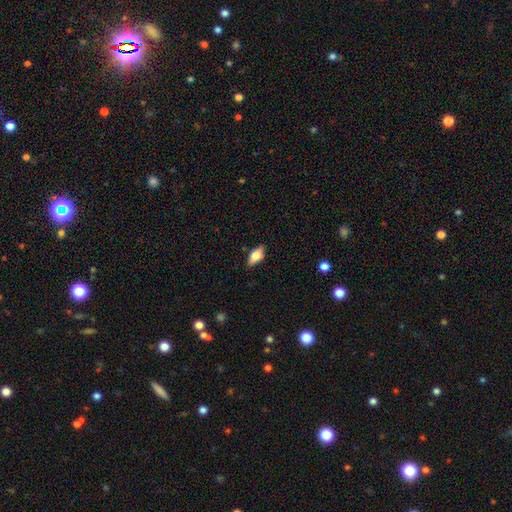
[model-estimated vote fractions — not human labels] smooth-or-featured: smooth: 60% | featured or disk: 33% | star or artifact: 8%
  how-rounded: in between: 80% | cigar-shaped: 16% | round: 4%
  merging: none: 79% | minor disturbance: 16% | major disturbance: 3% | merger: 2%